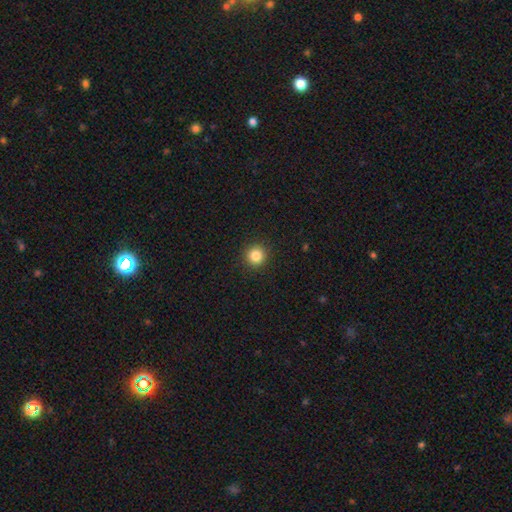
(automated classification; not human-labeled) This appears to be a smooth galaxy with no disk features (85%) that is round (95%). Merging: none (92%).